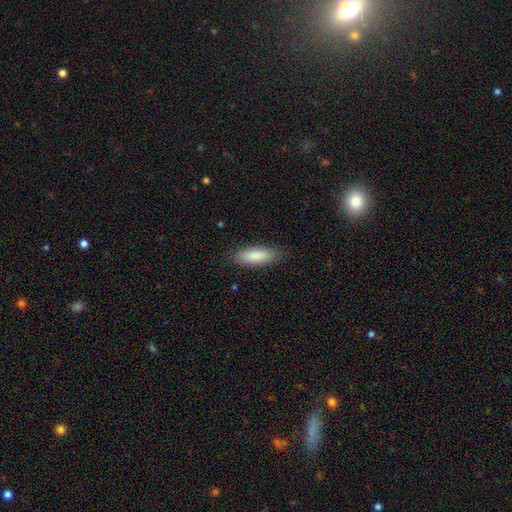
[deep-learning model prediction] A smooth galaxy with no disk features (87%) that is in between round and cigar-shaped (61%). Merging: none (86%).